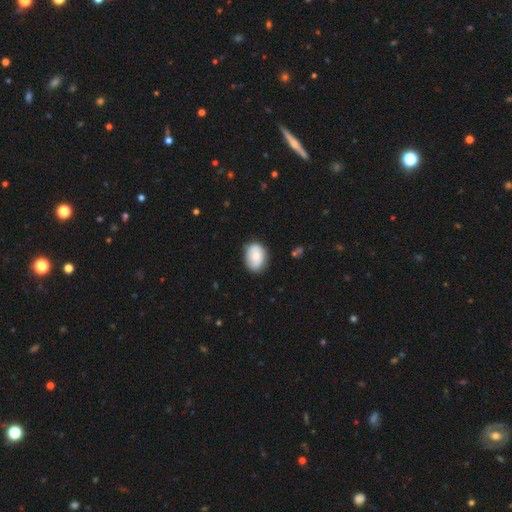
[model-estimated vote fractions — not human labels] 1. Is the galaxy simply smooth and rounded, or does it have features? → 77% smooth, 16% featured or disk, 7% star or artifact.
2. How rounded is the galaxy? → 73% in between, 26% round, 1% cigar-shaped.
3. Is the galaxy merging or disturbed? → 77% none, 18% minor disturbance, 4% major disturbance, 2% merger.